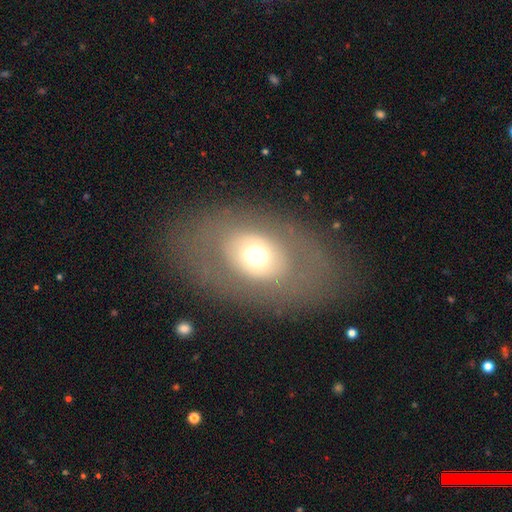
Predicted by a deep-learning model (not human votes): Smooth or featured? smooth (52%)
How rounded? in between (75%)
Merging? none (75%)